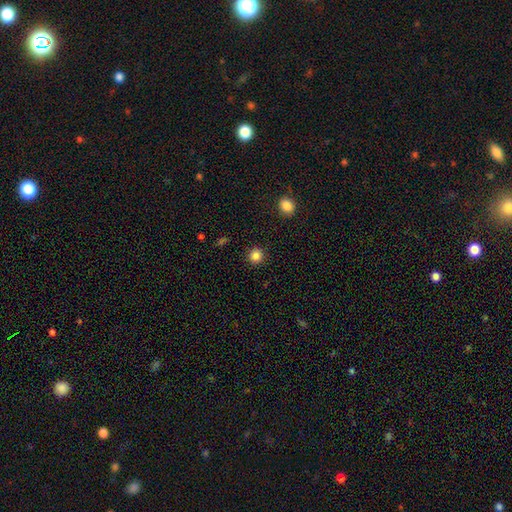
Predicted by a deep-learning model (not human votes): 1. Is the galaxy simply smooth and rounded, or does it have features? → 85% smooth, 12% star or artifact, 4% featured or disk.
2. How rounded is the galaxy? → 92% round, 7% in between, 1% cigar-shaped.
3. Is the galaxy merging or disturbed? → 91% none, 5% minor disturbance, 2% major disturbance, 1% merger.